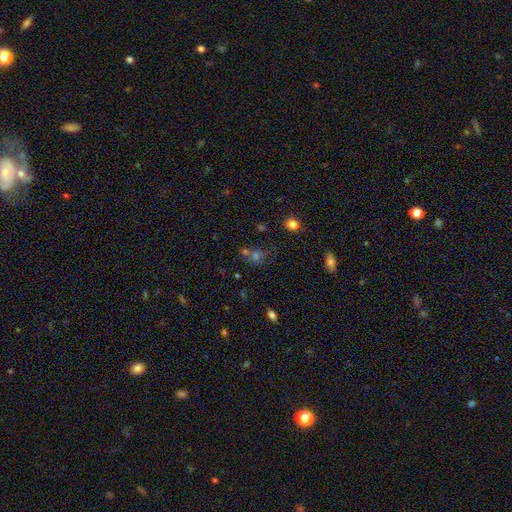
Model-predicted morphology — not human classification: smooth-or-featured: smooth: 53% | star or artifact: 35% | featured or disk: 12%
  how-rounded: round: 72% | in between: 26% | cigar-shaped: 2%
  merging: none: 50% | merger: 32% | minor disturbance: 11% | major disturbance: 7%